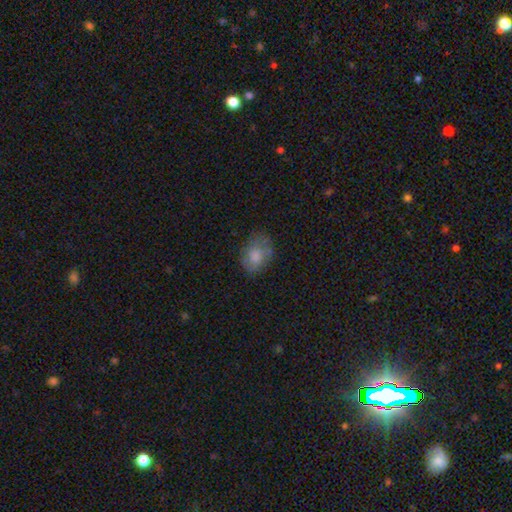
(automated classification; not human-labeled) This appears to be a smooth galaxy with no disk features (71%) that is in between round and cigar-shaped (67%). Merging: none (60%).